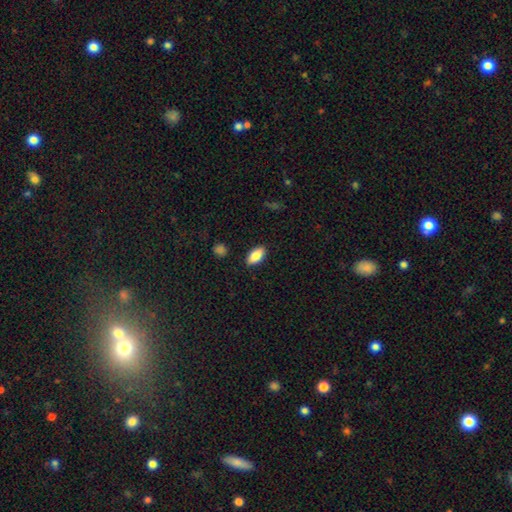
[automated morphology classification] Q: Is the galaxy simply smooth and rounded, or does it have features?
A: smooth — 84%.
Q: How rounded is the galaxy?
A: in between — 90%.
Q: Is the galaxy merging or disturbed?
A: none — 88%.